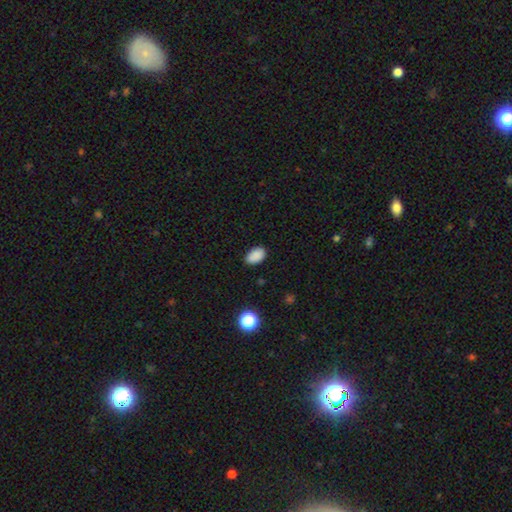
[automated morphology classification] smooth_or_featured: smooth (p=0.87) [alt: star or artifact p=0.10]
how_rounded: in between (p=0.88) [alt: round p=0.10]
merging: none (p=0.84) [alt: minor disturbance p=0.13]